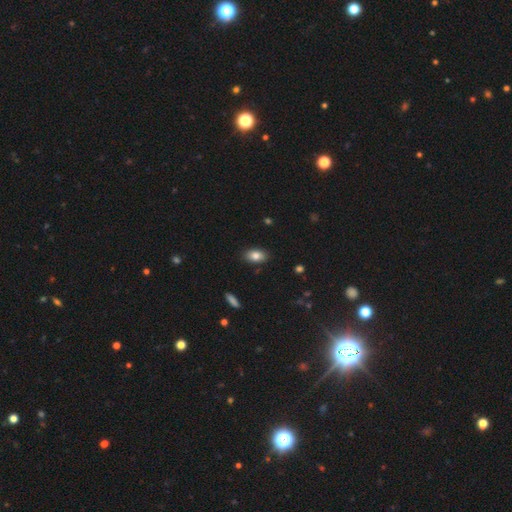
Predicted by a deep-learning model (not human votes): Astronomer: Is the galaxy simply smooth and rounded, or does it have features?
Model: smooth — 82%.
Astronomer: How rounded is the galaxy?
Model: in between — 90%.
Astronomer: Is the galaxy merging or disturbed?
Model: none — 87%.